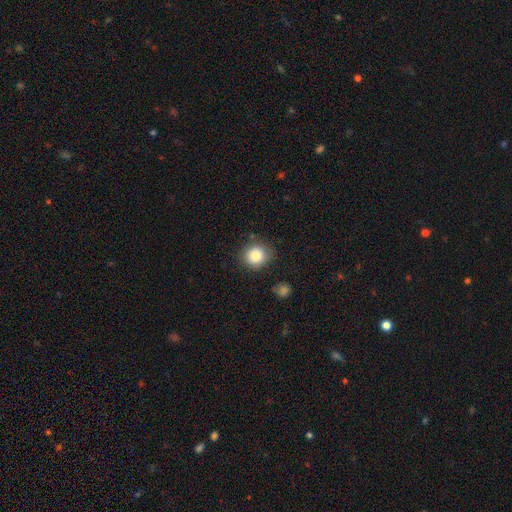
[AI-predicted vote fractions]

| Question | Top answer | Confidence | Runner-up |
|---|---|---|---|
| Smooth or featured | smooth | 84% | star or artifact (9%) |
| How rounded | round | 86% | in between (13%) |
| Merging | none | 82% | minor disturbance (12%) |